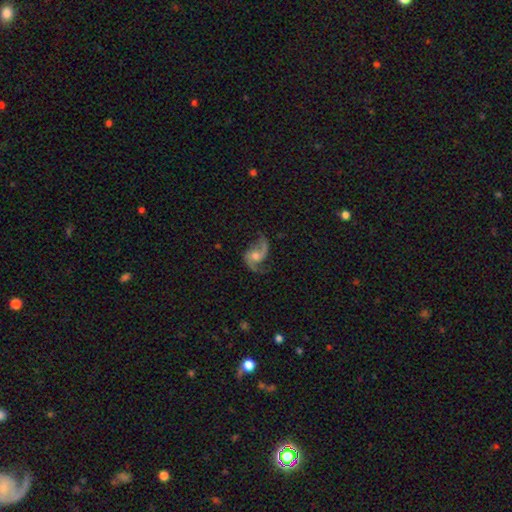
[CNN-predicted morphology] Smooth or featured? featured or disk (85%)
Edge-on disk? no (98%)
Bar? no (60%)
Spiral arms? yes (96%)
Spiral winding? loose (62%)
Spiral arm count? 2 (90%)
Bulge size? moderate (53%)
Merging? none (61%)